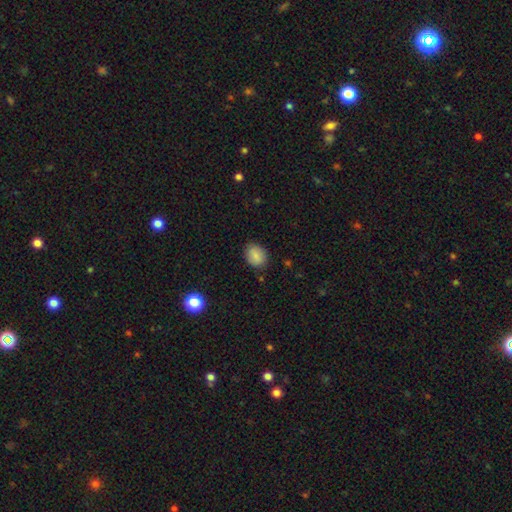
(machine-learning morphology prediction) A smooth galaxy with no disk features (84%) that is in between round and cigar-shaped (55%). Merging: none (84%).